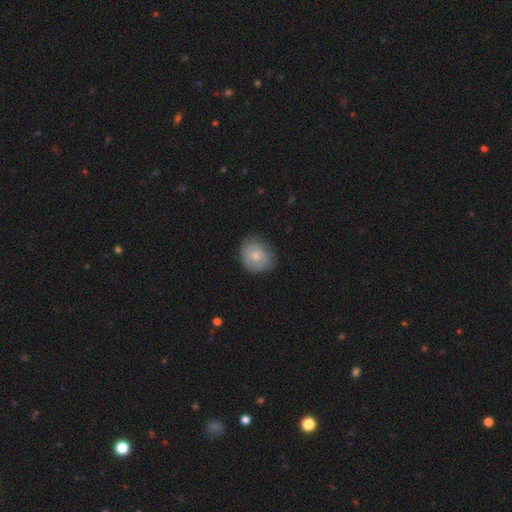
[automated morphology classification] smooth 63%, featured or disk 31%, star or artifact 7%. Down the decision tree: how rounded — round (70%); merging — none (74%).